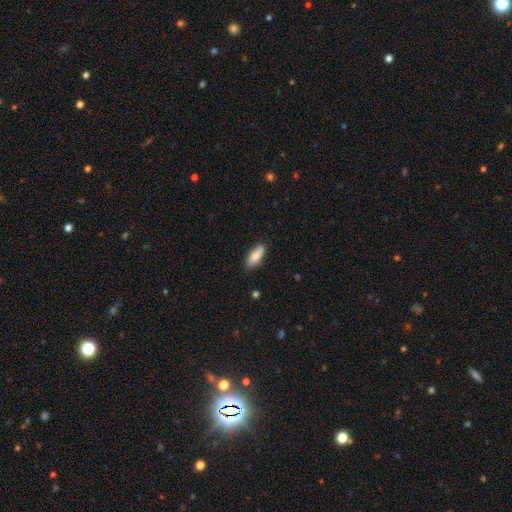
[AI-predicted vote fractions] Smooth or featured?
  - smooth: 80% *
  - featured or disk: 13%
  - star or artifact: 6%
How rounded?
  - in between: 77% *
  - cigar-shaped: 21%
  - round: 2%
Merging?
  - none: 80% *
  - minor disturbance: 16%
  - major disturbance: 2%
  - merger: 1%